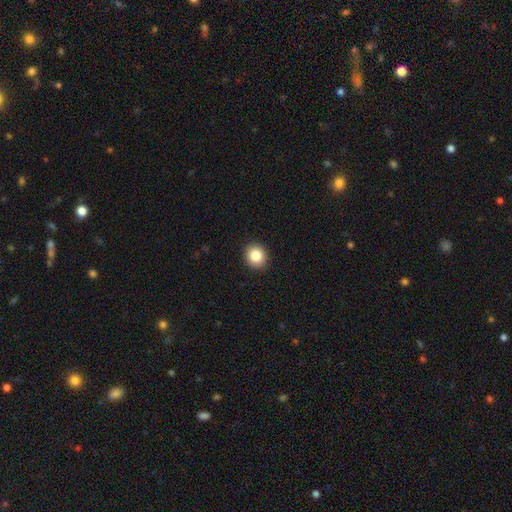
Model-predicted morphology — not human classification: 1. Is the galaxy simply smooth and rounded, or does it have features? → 86% smooth, 9% star or artifact, 5% featured or disk.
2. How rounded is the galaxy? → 81% round, 18% in between, 1% cigar-shaped.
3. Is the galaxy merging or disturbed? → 92% none, 5% minor disturbance, 2% major disturbance, 1% merger.